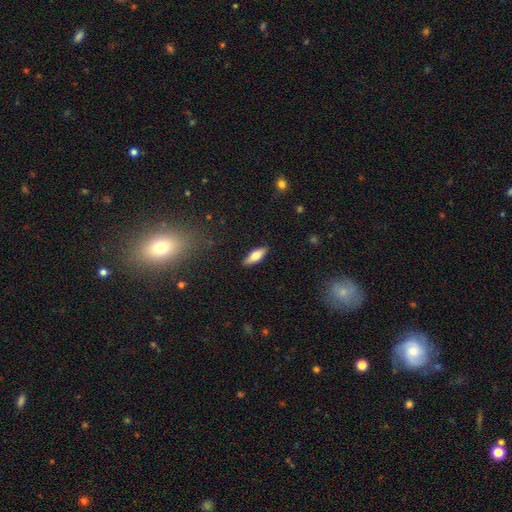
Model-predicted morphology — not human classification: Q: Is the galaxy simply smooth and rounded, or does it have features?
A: smooth — 67%.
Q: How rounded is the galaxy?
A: in between — 63%.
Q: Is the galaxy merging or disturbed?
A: none — 89%.